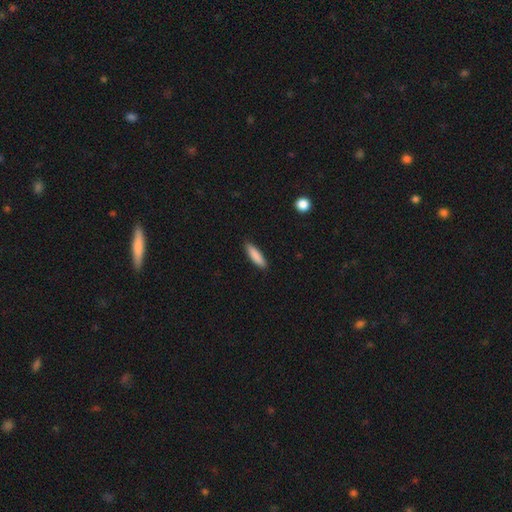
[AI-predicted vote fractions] smooth 87%, featured or disk 7%, star or artifact 6%. Down the decision tree: how rounded — cigar-shaped (70%); merging — none (89%).